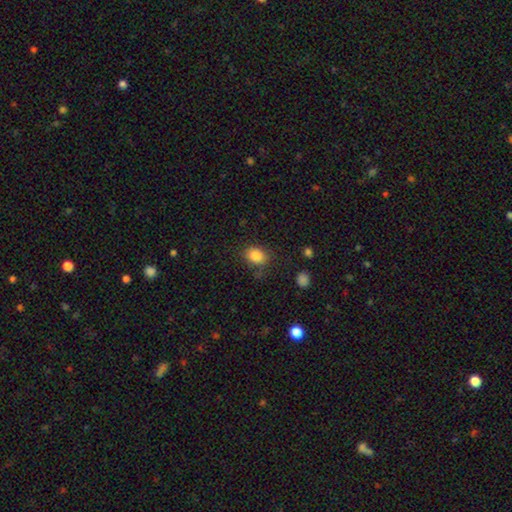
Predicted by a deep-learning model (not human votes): A smooth galaxy with no disk features (85%) that is in between round and cigar-shaped (60%).

Vote fractions:
- Smooth or featured? smooth: 85% / star or artifact: 10% / featured or disk: 5%
- How rounded? in between: 60% / round: 39% / cigar-shaped: 1%
- Merging? none: 76% / minor disturbance: 16% / major disturbance: 5% / merger: 3%